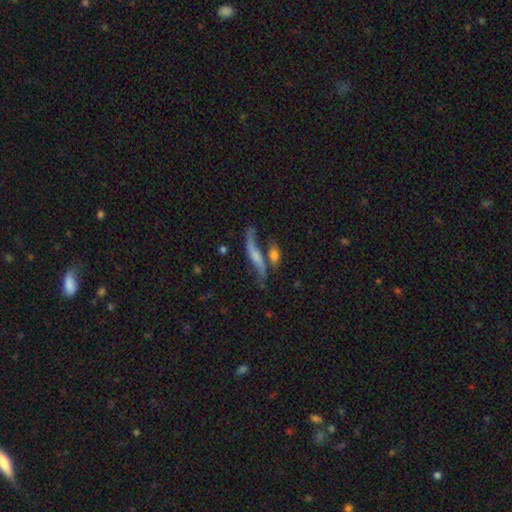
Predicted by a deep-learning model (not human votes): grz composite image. It shows a featured or disk galaxy (63%) viewed edge-on (55%). Merging: none (47%).